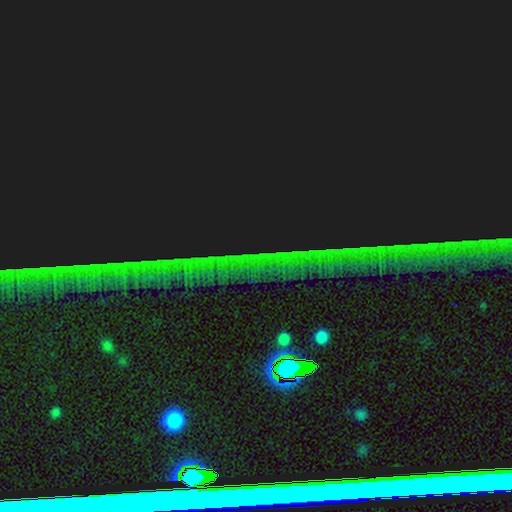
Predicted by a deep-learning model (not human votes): Overall: star or artifact (85%).